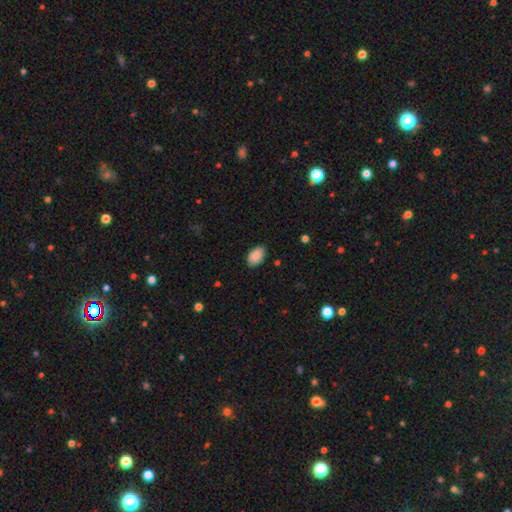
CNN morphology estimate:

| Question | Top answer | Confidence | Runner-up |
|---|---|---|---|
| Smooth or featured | smooth | 87% | star or artifact (7%) |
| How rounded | in between | 92% | round (7%) |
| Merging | none | 85% | minor disturbance (11%) |